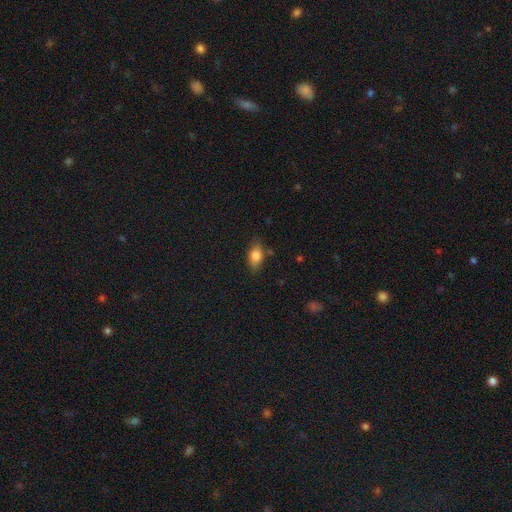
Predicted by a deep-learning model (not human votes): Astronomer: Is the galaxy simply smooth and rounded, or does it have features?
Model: smooth — 80%.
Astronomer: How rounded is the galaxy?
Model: in between — 83%.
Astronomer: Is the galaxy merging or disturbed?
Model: none — 78%.